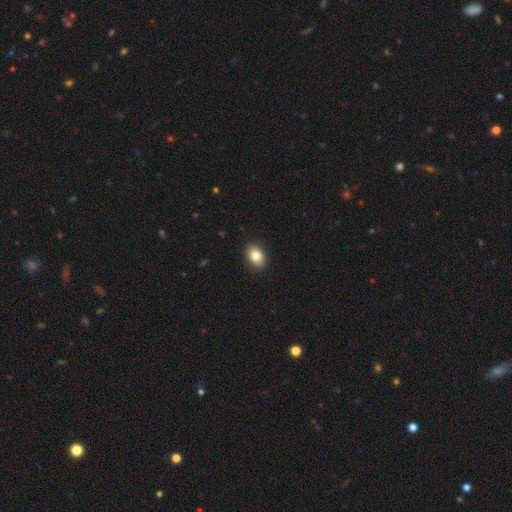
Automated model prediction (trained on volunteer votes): This appears to be a smooth galaxy with no disk features (83%) that is in between round and cigar-shaped (76%). Merging: none (90%).